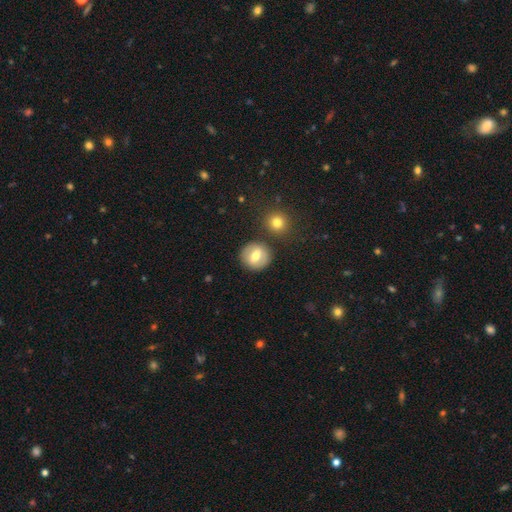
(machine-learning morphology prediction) Smooth or featured: smooth — 60% (featured or disk — 32%)
How rounded: round — 87% (in between — 12%)
Merging: none — 81% (minor disturbance — 9%)